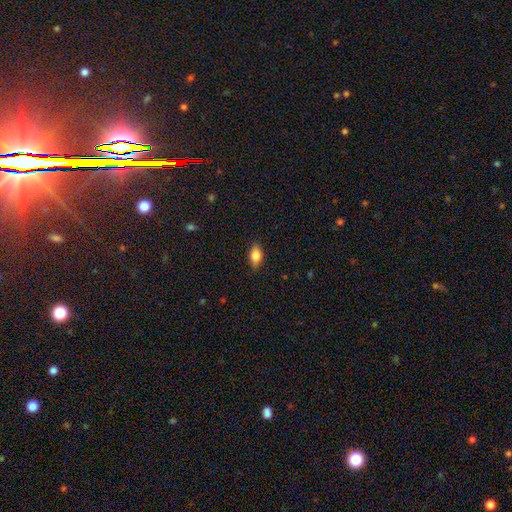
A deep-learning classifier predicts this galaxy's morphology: Smooth or featured? Predicted: smooth (p=0.79). How rounded? Predicted: in between (p=0.86). Merging? Predicted: none (p=0.83).